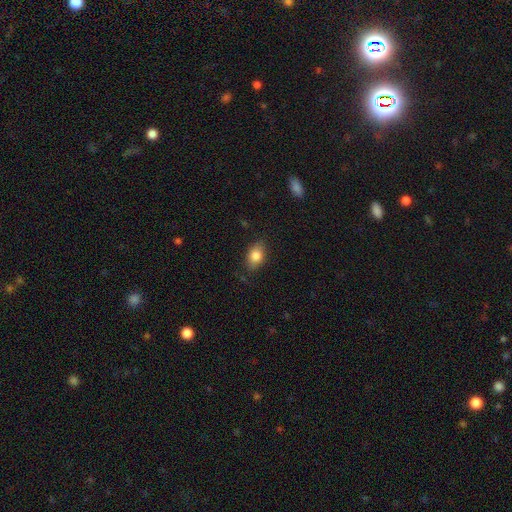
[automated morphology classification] Smooth or featured? Predicted: smooth (p=0.83). How rounded? Predicted: in between (p=0.81). Merging? Predicted: none (p=0.80).